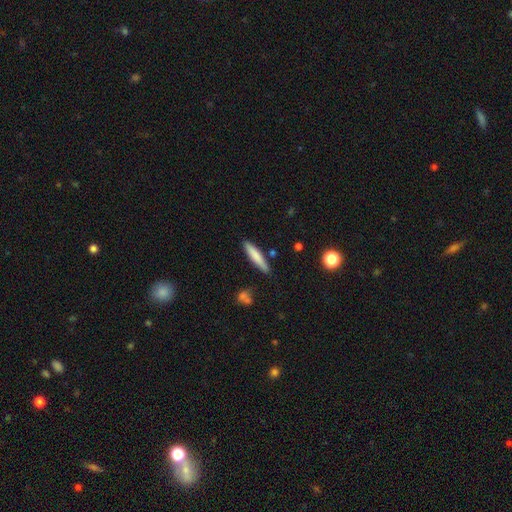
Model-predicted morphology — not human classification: A smooth galaxy with no disk features (76%) that is cigar-shaped (87%). Merging: none (85%).